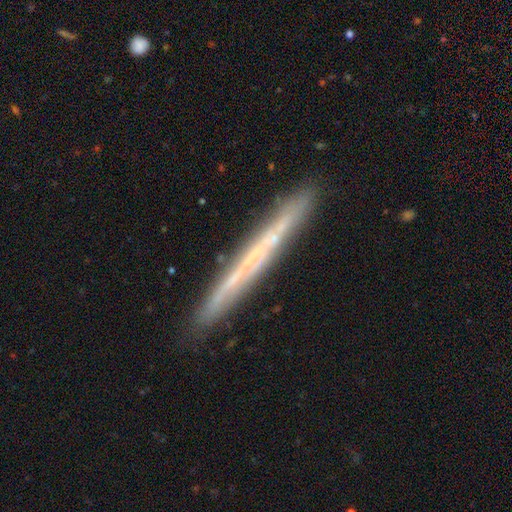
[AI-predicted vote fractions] This is possibly a featured or disk galaxy (58%). It is clearly viewed edge-on (95%). Edge-on bulge: clearly none (88%). Merging: clearly none (90%).